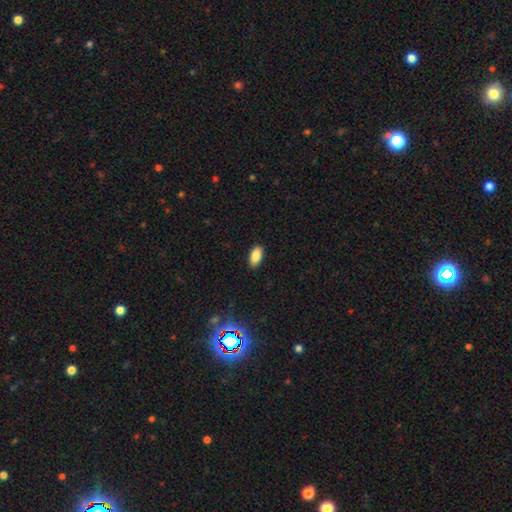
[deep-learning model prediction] This appears to be a smooth galaxy with no disk features (86%) that is in between round and cigar-shaped (93%). Merging: none (89%).